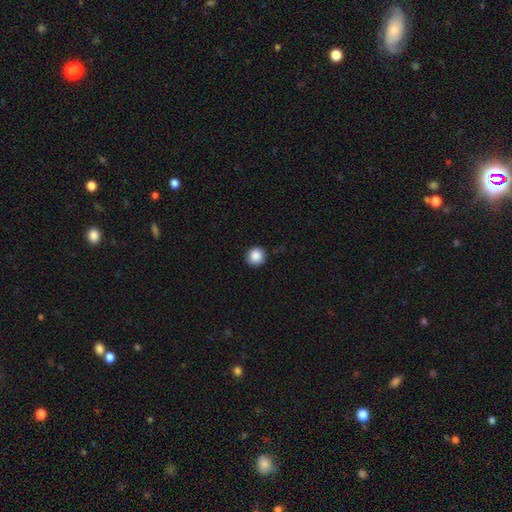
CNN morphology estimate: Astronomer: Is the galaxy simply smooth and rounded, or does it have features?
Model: smooth — 88%.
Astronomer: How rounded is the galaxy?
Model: round — 93%.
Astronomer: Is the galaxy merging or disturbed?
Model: none — 91%.